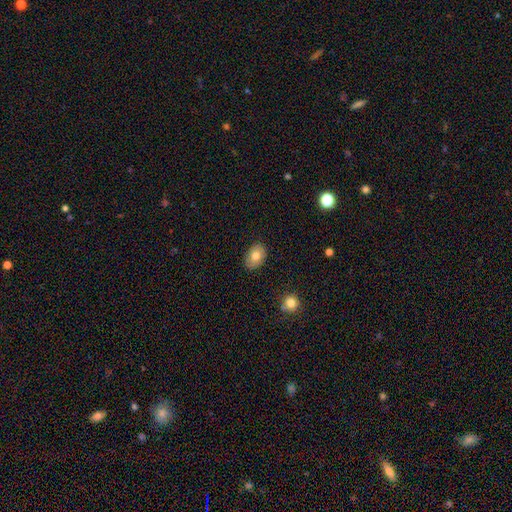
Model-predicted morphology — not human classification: This appears to be a smooth galaxy with no disk features (77%) that is in between round and cigar-shaped (81%). Merging: none (86%).